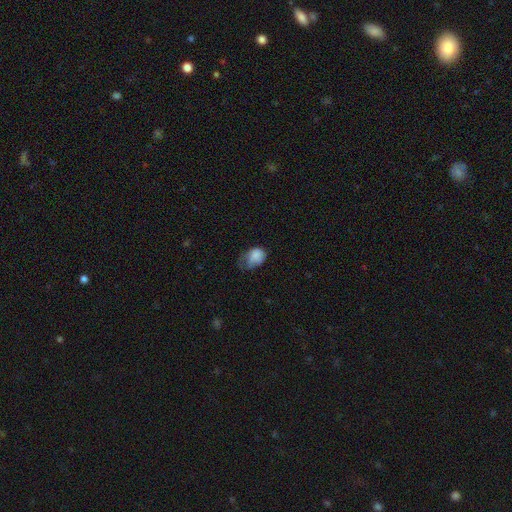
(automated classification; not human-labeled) Smooth or featured?
  - smooth: 80% *
  - featured or disk: 11%
  - star or artifact: 9%
How rounded?
  - in between: 74% *
  - round: 25%
  - cigar-shaped: 1%
Merging?
  - minor disturbance: 41% *
  - major disturbance: 30%
  - none: 26%
  - merger: 2%